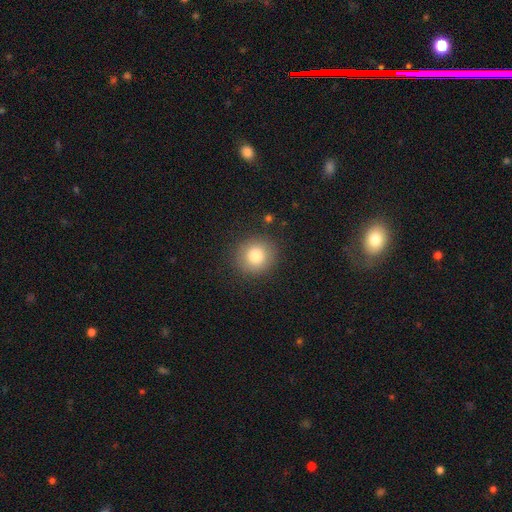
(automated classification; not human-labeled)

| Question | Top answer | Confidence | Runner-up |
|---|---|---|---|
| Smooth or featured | smooth | 79% | star or artifact (11%) |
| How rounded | round | 91% | in between (8%) |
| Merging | none | 88% | minor disturbance (8%) |